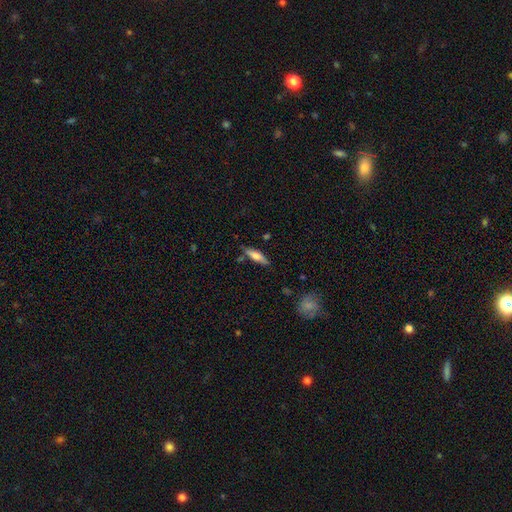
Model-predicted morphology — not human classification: Q: Smooth or featured?
A: smooth (58%); runner-up: featured or disk (36%)
Q: How rounded?
A: cigar-shaped (60%); runner-up: in between (38%)
Q: Merging?
A: none (76%); runner-up: minor disturbance (16%)